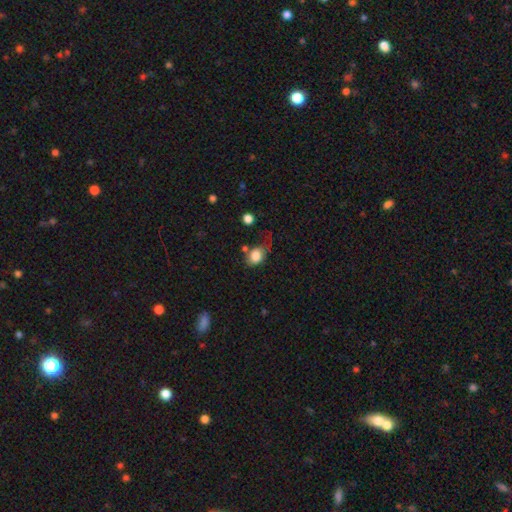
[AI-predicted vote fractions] smooth-or-featured: smooth: 79% | featured or disk: 13% | star or artifact: 9%
  how-rounded: in between: 55% | round: 44% | cigar-shaped: 1%
  merging: none: 34% | minor disturbance: 29% | major disturbance: 26% | merger: 11%